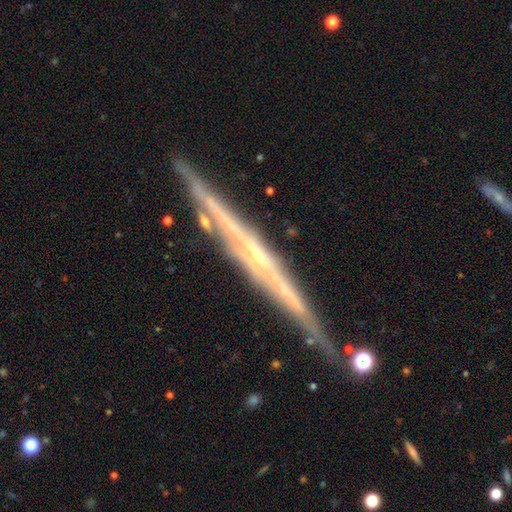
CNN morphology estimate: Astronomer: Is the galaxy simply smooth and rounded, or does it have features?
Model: featured or disk — 84%.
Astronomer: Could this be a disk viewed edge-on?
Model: yes — 96%.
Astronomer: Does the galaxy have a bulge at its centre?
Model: rounded — 49% (runner-up: none, 43%).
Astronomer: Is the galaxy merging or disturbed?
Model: none — 83%.